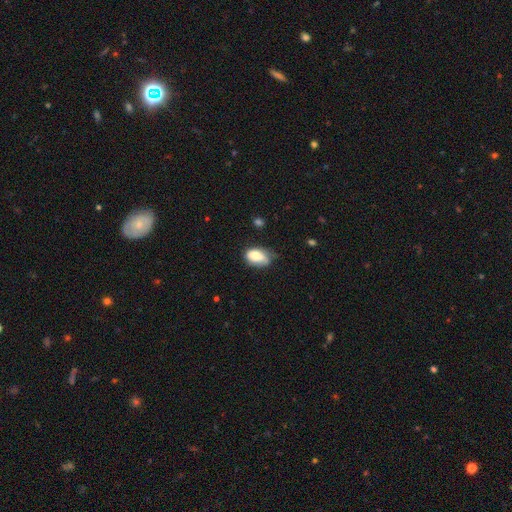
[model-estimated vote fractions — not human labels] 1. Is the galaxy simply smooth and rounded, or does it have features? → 77% smooth, 16% featured or disk, 8% star or artifact.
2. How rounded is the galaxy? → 88% in between, 11% round, 2% cigar-shaped.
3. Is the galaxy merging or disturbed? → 42% none, 41% minor disturbance, 13% major disturbance, 4% merger.